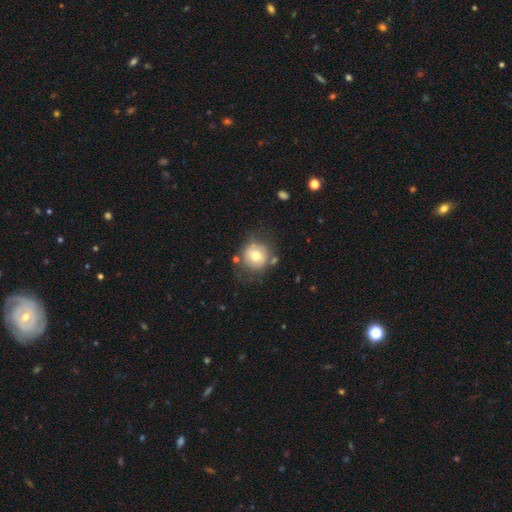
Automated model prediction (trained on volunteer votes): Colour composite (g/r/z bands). It shows a smooth galaxy with no disk features (65%) that is round (89%). Merging: none (65%).